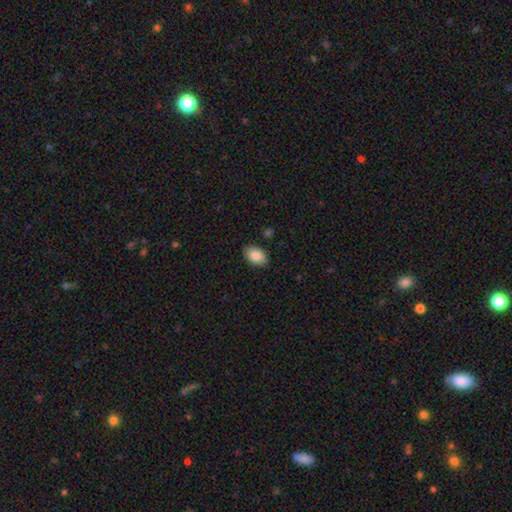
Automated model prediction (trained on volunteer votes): Morphology: type=smooth (86%); roundness=in between (87%); merging=none (87%).